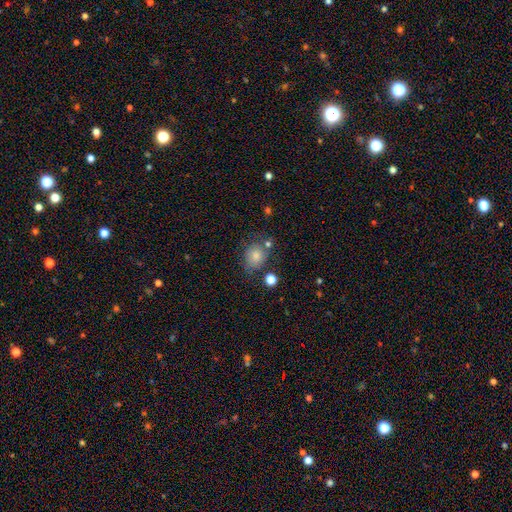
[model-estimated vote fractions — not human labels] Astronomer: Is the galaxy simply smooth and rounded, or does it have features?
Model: smooth — 67%.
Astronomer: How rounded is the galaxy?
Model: round — 63%.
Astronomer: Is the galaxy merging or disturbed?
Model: none — 67%.